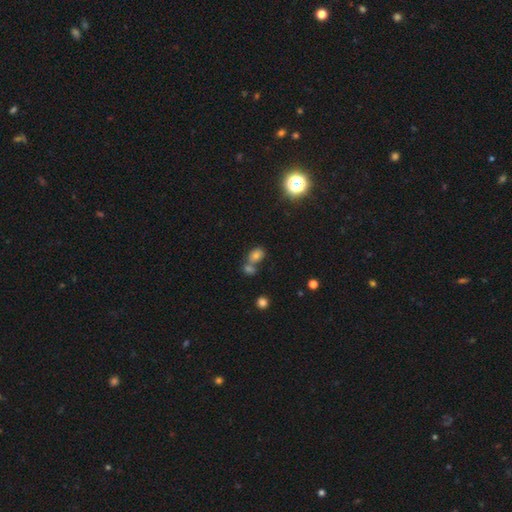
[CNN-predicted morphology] type=smooth (72%); roundness=in between (67%); merging=none (45%).